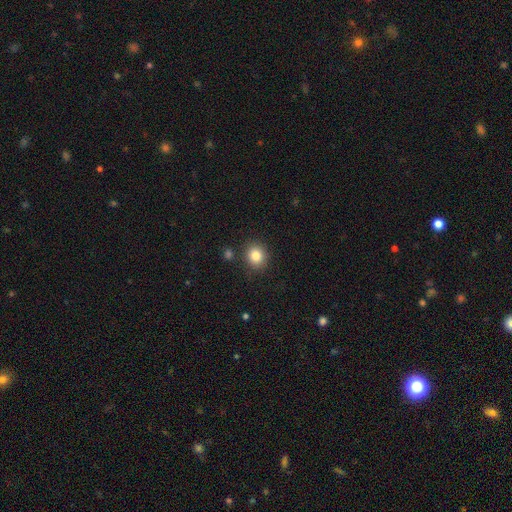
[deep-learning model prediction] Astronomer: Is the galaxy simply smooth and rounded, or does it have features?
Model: smooth — 84%.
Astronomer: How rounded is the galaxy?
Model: round — 82%.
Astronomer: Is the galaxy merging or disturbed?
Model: none — 86%.